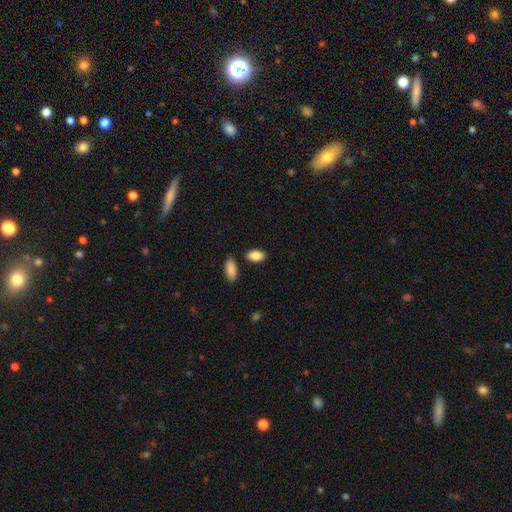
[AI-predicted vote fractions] Smooth or featured: smooth — 87% (star or artifact — 7%)
How rounded: in between — 92% (round — 5%)
Merging: none — 82% (minor disturbance — 10%)